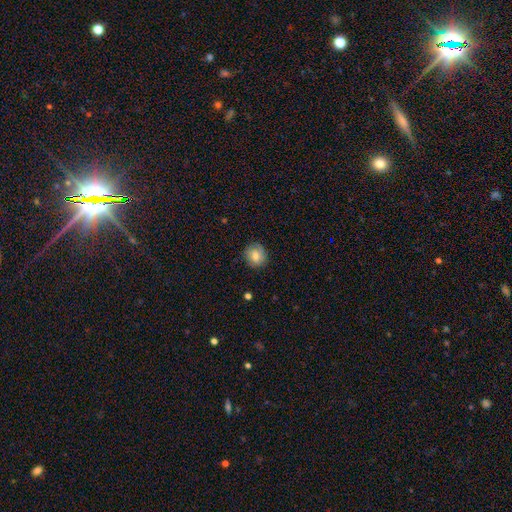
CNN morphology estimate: Smooth or featured? Predicted: smooth (p=0.74). How rounded? Predicted: round (p=0.85). Merging? Predicted: none (p=0.82).